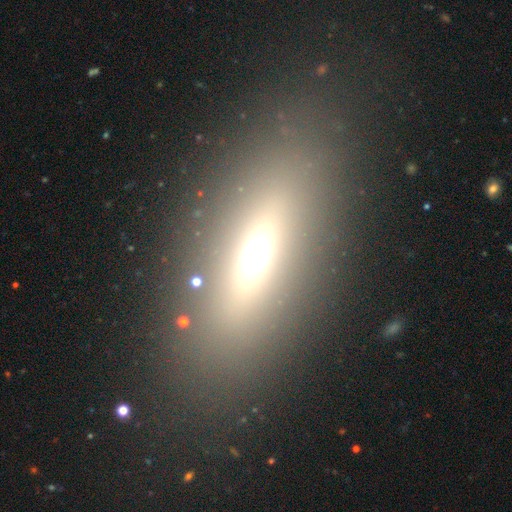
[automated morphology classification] This is possibly a smooth galaxy (50%). Merging: clearly none (80%).